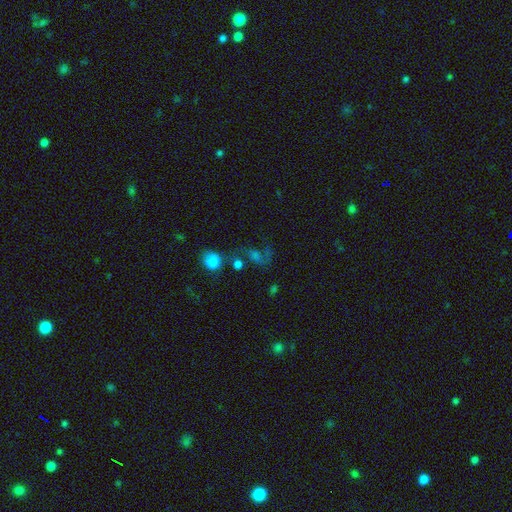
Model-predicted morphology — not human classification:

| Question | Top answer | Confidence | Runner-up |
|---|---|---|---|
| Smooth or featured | featured or disk | 41% | star or artifact (30%) |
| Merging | none | 46% | major disturbance (23%) |